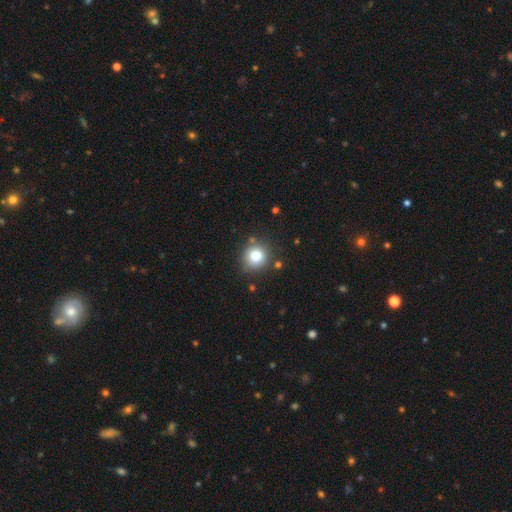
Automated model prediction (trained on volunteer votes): A smooth galaxy with no disk features (77%) that is round (91%).

Vote fractions:
- Smooth or featured? smooth: 77% / star or artifact: 13% / featured or disk: 10%
- How rounded? round: 91% / in between: 8% / cigar-shaped: 1%
- Merging? none: 85% / minor disturbance: 9% / merger: 4% / major disturbance: 3%